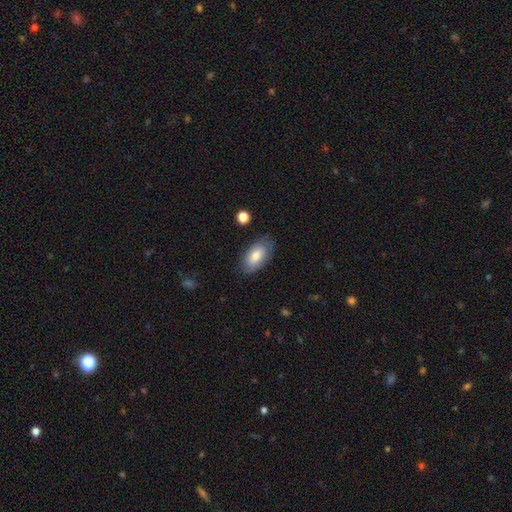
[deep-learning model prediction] This is likely a smooth galaxy (76%). How rounded: clearly in between (94%). Merging: likely none (76%).